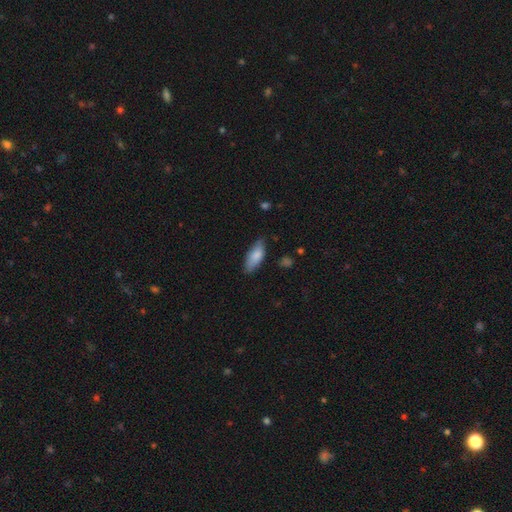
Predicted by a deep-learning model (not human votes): This is clearly a smooth galaxy (81%). How rounded: likely in between (75%). Merging: likely none (73%).